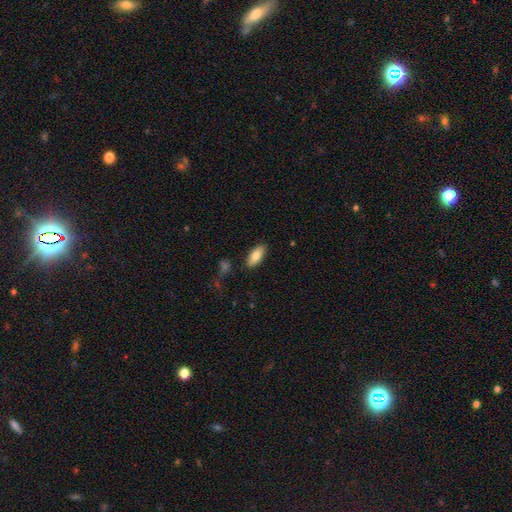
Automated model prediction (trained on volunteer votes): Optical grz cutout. It shows a smooth galaxy with no disk features (80%) that is in between round and cigar-shaped (86%). Merging: none (86%).